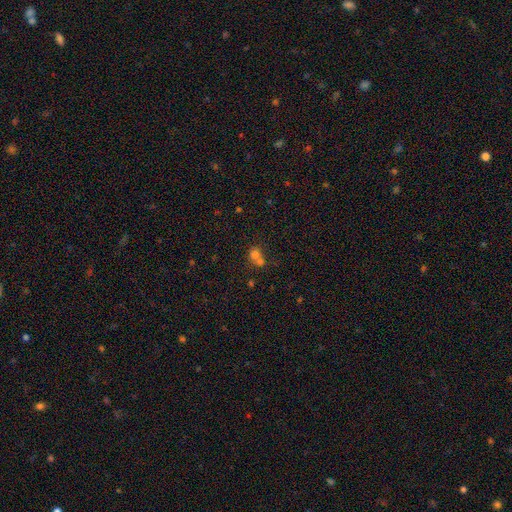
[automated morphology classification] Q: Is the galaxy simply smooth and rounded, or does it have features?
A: smooth — 70%.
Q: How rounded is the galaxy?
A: round — 77%.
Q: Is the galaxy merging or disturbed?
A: merger — 59%.